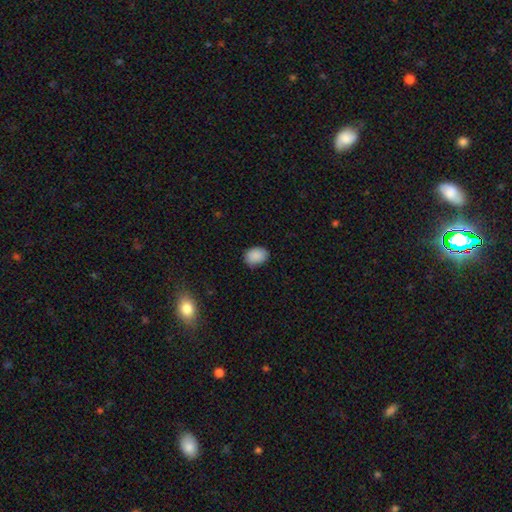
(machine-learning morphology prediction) smooth 89%, star or artifact 8%, featured or disk 3%. Down the decision tree: how rounded — in between (69%); merging — none (79%).